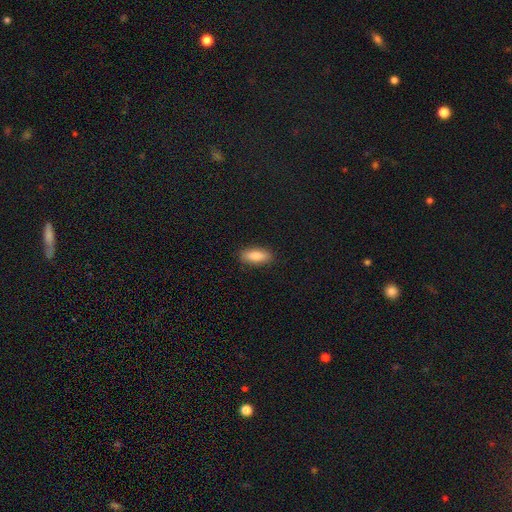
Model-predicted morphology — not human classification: Smooth or featured? Predicted: smooth (p=0.83). How rounded? Predicted: in between (p=0.72). Merging? Predicted: none (p=0.89).